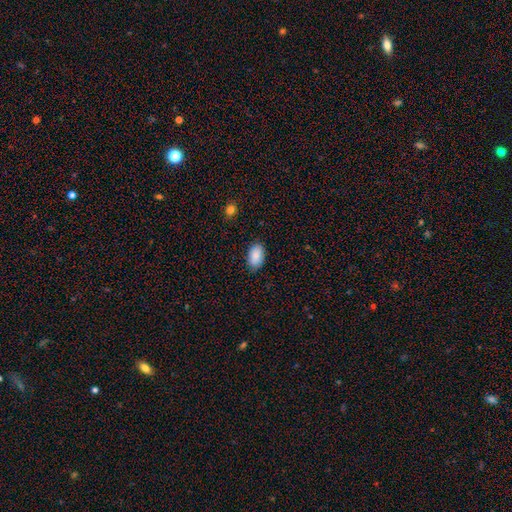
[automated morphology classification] The model was most divided on "merging": none: 84%, minor disturbance: 13%, major disturbance: 2%, merger: 1%. More confident: how rounded — in between (93%); smooth or featured — smooth (87%).